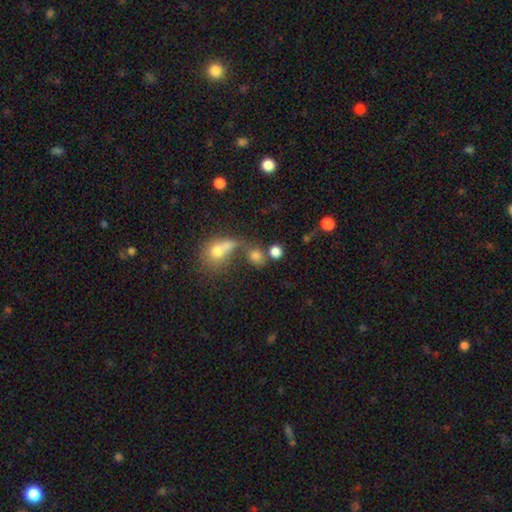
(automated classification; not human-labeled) Smooth or featured?
  - smooth: 75% *
  - star or artifact: 14%
  - featured or disk: 10%
How rounded?
  - round: 70% *
  - in between: 27%
  - cigar-shaped: 2%
Merging?
  - none: 41% *
  - merger: 38%
  - minor disturbance: 11%
  - major disturbance: 10%